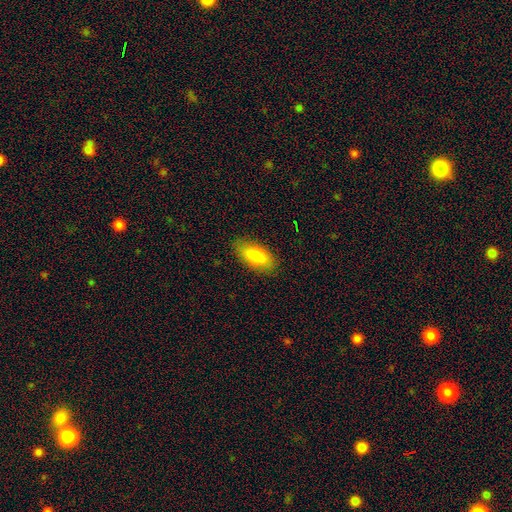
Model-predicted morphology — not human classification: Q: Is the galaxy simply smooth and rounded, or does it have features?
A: smooth — 82%.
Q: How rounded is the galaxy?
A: in between — 90%.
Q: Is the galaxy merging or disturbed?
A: none — 86%.